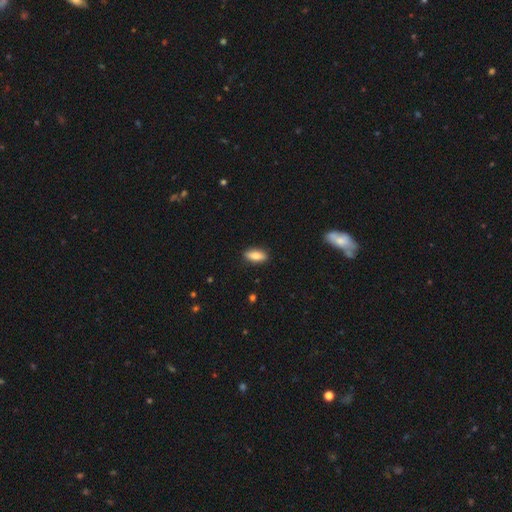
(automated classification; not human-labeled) Overall: smooth (81%). How rounded: in between (77%). Merging: none (89%).